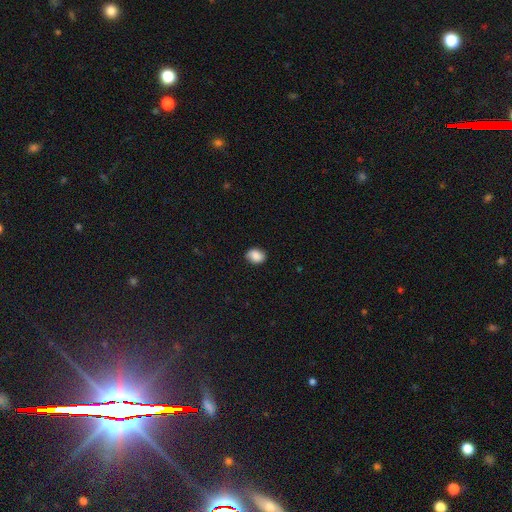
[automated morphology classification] Smooth or featured?
  - smooth: 86% *
  - star or artifact: 8%
  - featured or disk: 6%
How rounded?
  - in between: 60% *
  - round: 39%
  - cigar-shaped: 1%
Merging?
  - none: 85% *
  - minor disturbance: 12%
  - major disturbance: 2%
  - merger: 1%